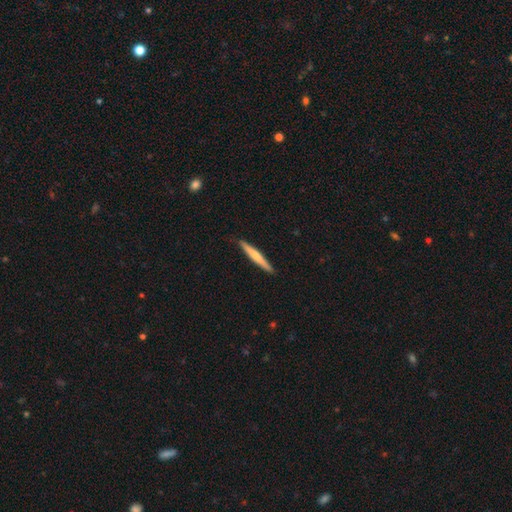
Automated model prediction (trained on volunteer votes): A smooth galaxy with no disk features (52%) that is cigar-shaped (96%). Merging: none (90%).